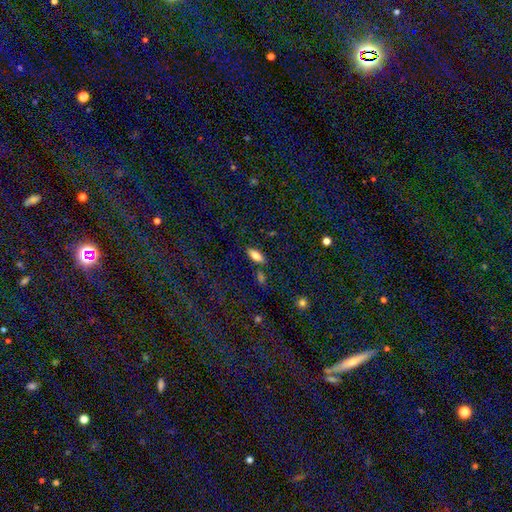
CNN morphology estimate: Smooth or featured? Predicted: smooth (p=0.75). How rounded? Predicted: in between (p=0.78). Merging? Predicted: none (p=0.83).